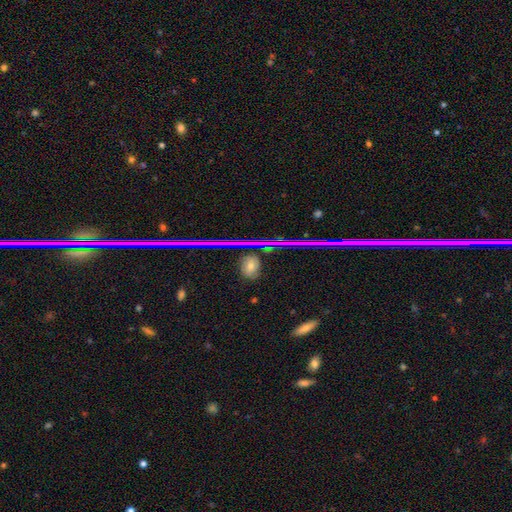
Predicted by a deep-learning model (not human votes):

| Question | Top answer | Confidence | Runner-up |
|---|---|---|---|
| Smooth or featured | star or artifact | 82% | featured or disk (10%) |